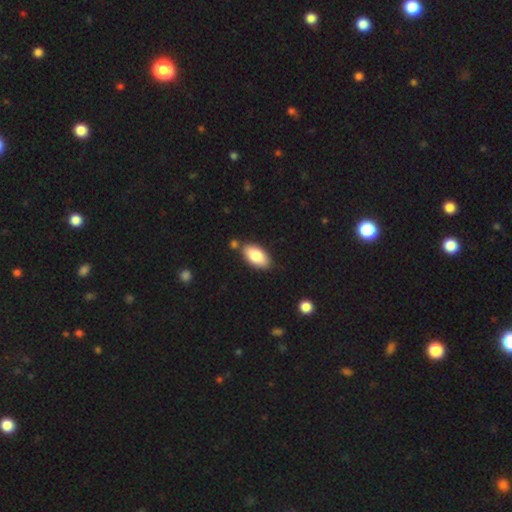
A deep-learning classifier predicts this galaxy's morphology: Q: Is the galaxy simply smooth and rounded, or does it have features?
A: smooth — 82%.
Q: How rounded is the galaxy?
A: in between — 94%.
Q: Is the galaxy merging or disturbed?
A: none — 79%.